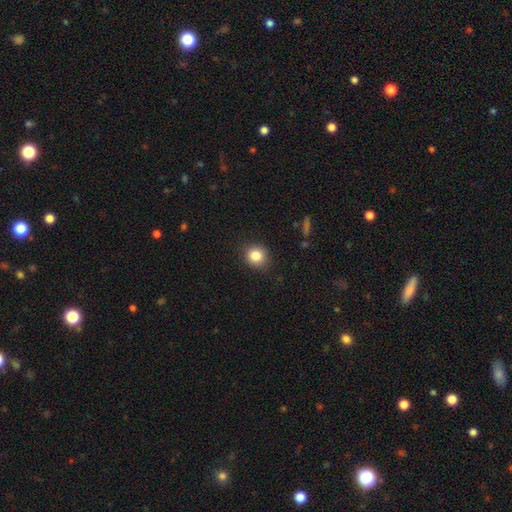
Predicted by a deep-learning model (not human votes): Smooth or featured: smooth — 84% (star or artifact — 10%)
How rounded: round — 83% (in between — 16%)
Merging: none — 88% (minor disturbance — 9%)